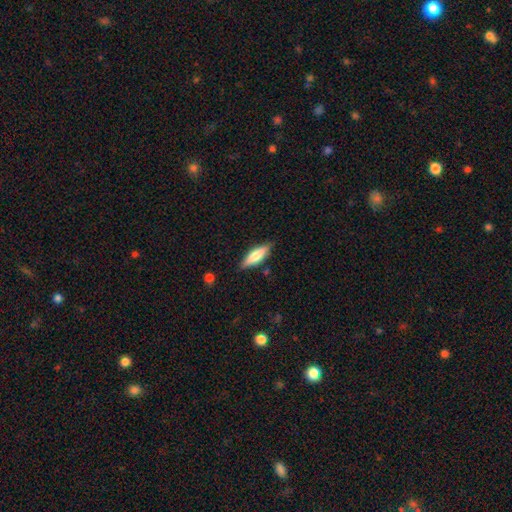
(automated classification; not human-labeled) A smooth galaxy with no disk features (60%) that is cigar-shaped (58%).

Vote fractions:
- Smooth or featured? smooth: 60% / featured or disk: 34% / star or artifact: 6%
- How rounded? cigar-shaped: 58% / in between: 40% / round: 2%
- Merging? none: 84% / minor disturbance: 12% / major disturbance: 2% / merger: 2%